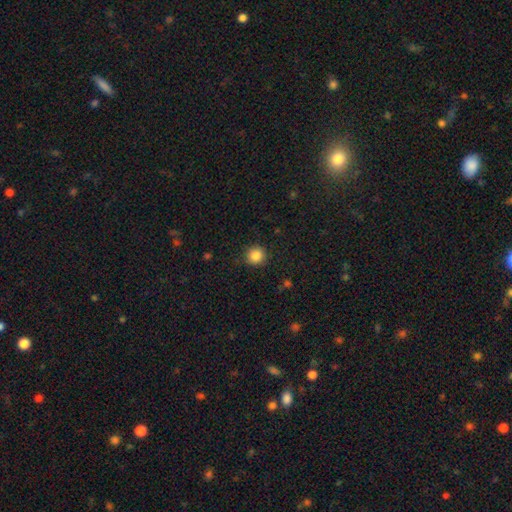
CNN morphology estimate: Smooth or featured: smooth — 86% (star or artifact — 10%)
How rounded: round — 94% (in between — 6%)
Merging: none — 89% (minor disturbance — 8%)